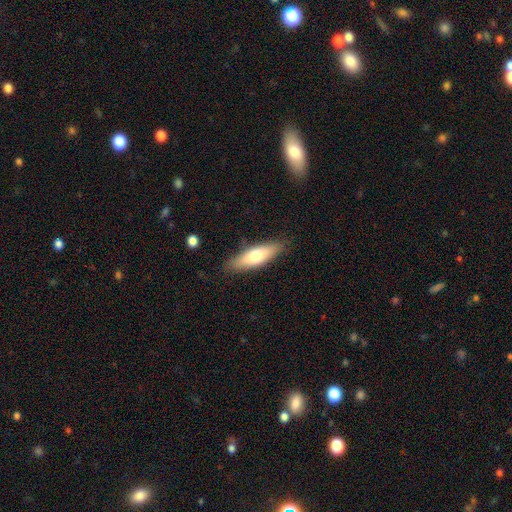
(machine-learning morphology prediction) Q: Smooth or featured?
A: smooth (66%); runner-up: featured or disk (28%)
Q: How rounded?
A: in between (50%); runner-up: cigar-shaped (48%)
Q: Merging?
A: none (85%); runner-up: minor disturbance (12%)